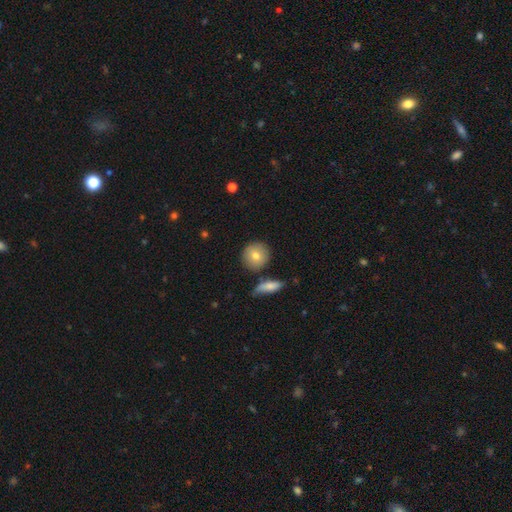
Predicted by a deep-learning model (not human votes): smooth-or-featured: smooth: 79% | featured or disk: 14% | star or artifact: 7%
  how-rounded: round: 90% | in between: 8% | cigar-shaped: 2%
  merging: none: 81% | minor disturbance: 9% | merger: 7% | major disturbance: 2%